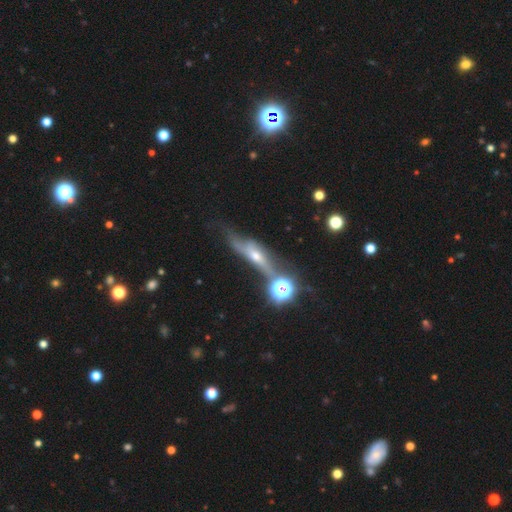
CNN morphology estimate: A featured or disk galaxy (62%) viewed edge-on (61%). Merging: none (42%).